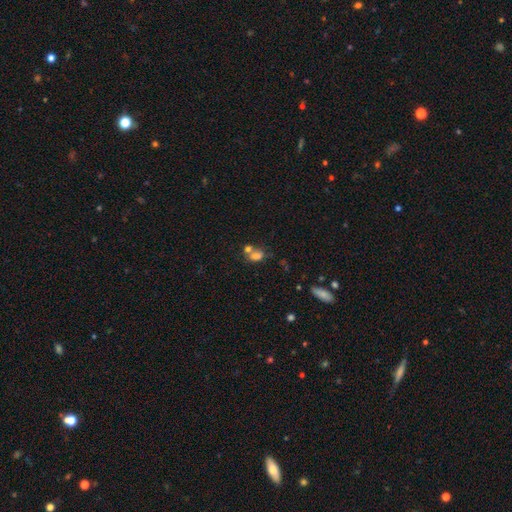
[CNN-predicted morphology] smooth 72%, star or artifact 15%, featured or disk 13%. Down the decision tree: how rounded — in between (75%); merging — merger (46%).